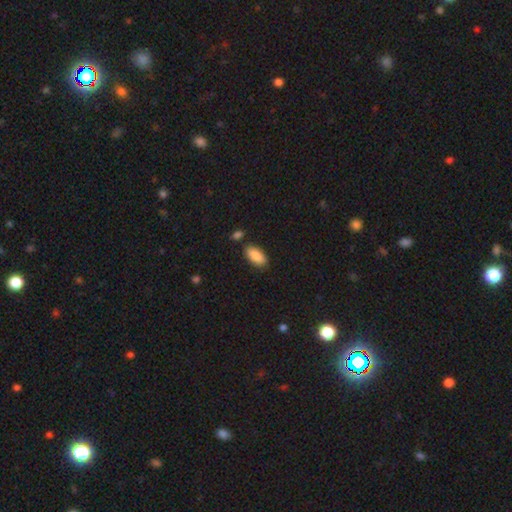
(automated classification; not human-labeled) smooth-or-featured: smooth: 88% | star or artifact: 6% | featured or disk: 6%
  how-rounded: in between: 90% | cigar-shaped: 8% | round: 2%
  merging: none: 80% | minor disturbance: 12% | merger: 5% | major disturbance: 3%